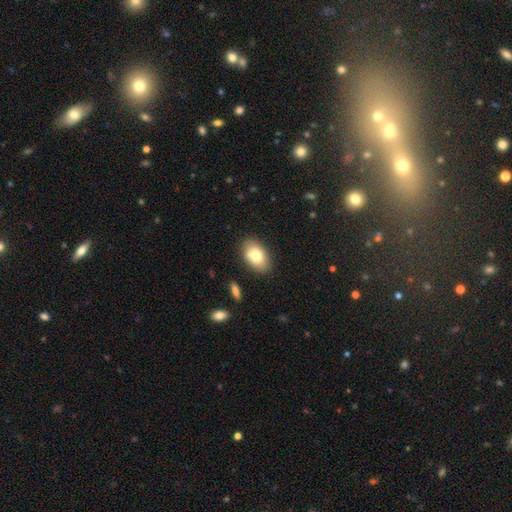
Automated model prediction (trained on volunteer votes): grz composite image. It shows a smooth galaxy with no disk features (79%) that is in between round and cigar-shaped (90%). Merging: none (83%).